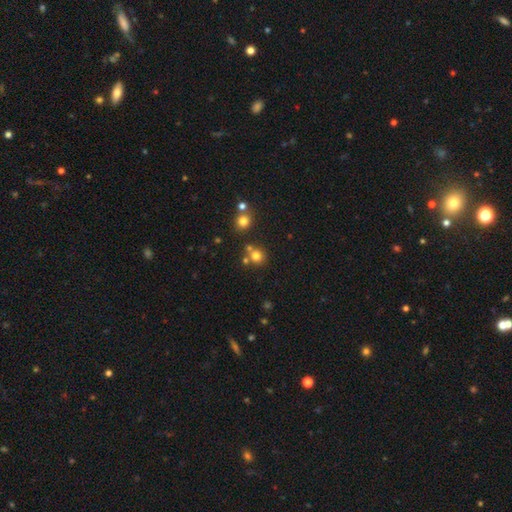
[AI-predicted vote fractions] smooth 75%, star or artifact 16%, featured or disk 9%. Down the decision tree: how rounded — round (87%); merging — none (64%).